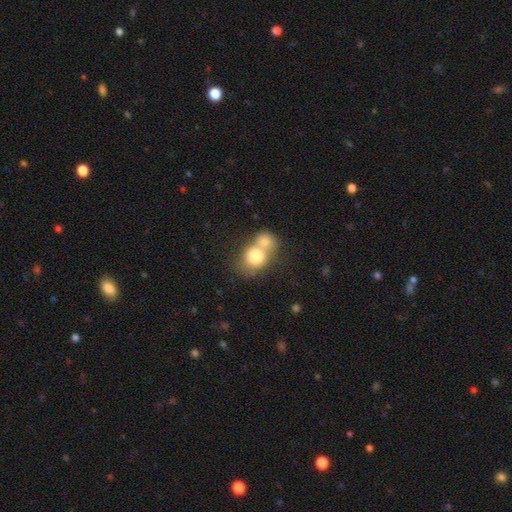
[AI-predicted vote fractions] This appears to be a smooth galaxy with no disk features (77%) that is round (68%). Merging: merger (67%).